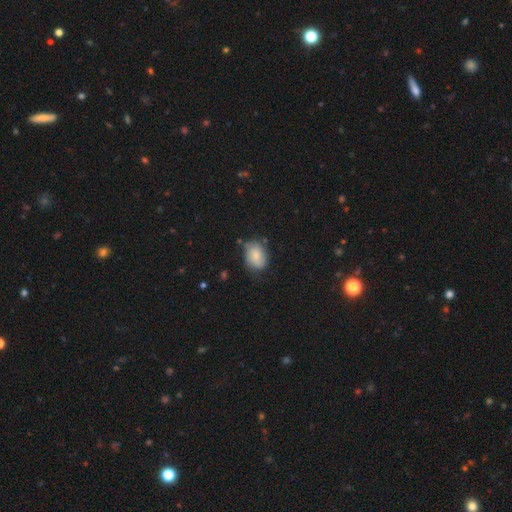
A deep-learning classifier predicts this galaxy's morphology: A smooth galaxy with no disk features (74%) that is in between round and cigar-shaped (72%).

Vote fractions:
- Smooth or featured? smooth: 74% / featured or disk: 18% / star or artifact: 8%
- How rounded? in between: 72% / round: 27% / cigar-shaped: 1%
- Merging? none: 61% / minor disturbance: 28% / major disturbance: 7% / merger: 3%